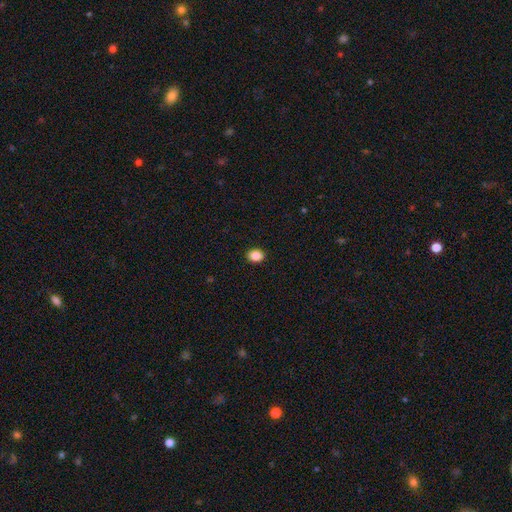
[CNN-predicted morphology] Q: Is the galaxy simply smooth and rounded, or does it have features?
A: smooth — 87%.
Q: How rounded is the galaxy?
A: in between — 53%.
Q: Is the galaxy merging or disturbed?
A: none — 91%.